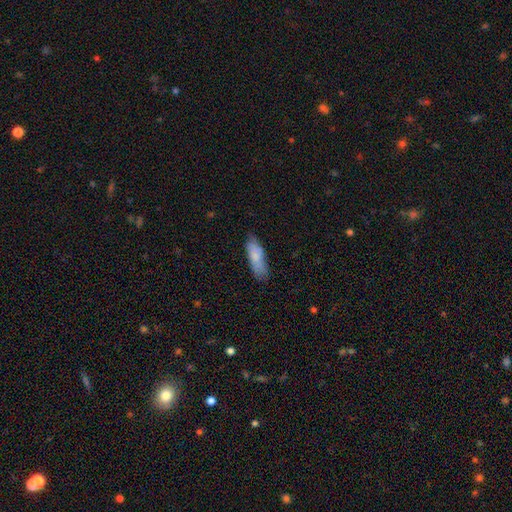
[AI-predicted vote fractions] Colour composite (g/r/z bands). It shows a smooth galaxy with no disk features (80%) that is in between round and cigar-shaped (60%). Merging: none (67%).